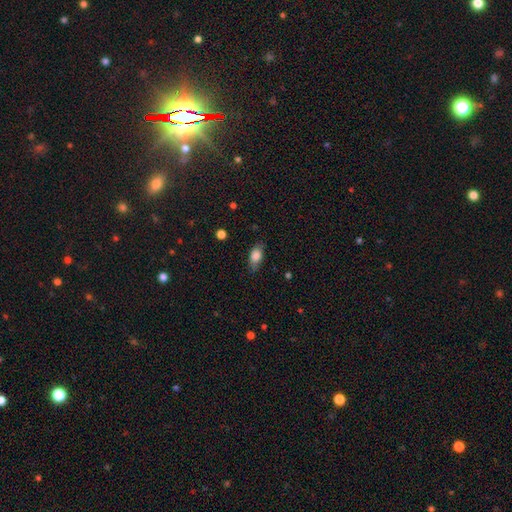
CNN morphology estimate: A smooth galaxy with no disk features (82%) that is in between round and cigar-shaped (85%). Merging: none (78%).